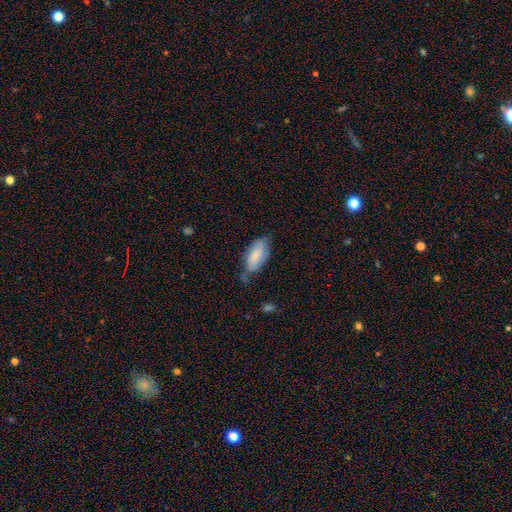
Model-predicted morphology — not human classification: Smooth or featured? Predicted: smooth (p=0.72). How rounded? Predicted: in between (p=0.89). Merging? Predicted: none (p=0.45).